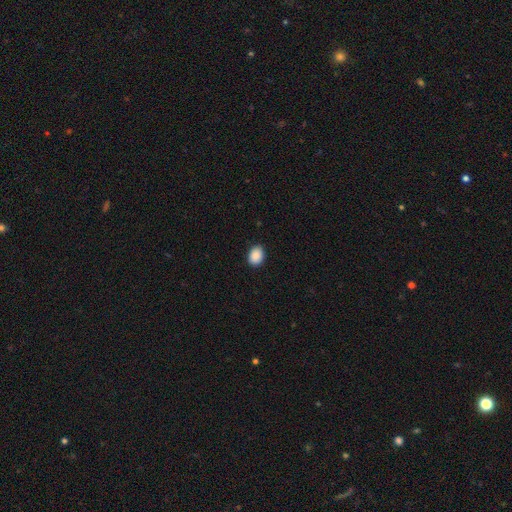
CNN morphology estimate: The model was most divided on "how rounded": in between: 66%, round: 33%, cigar-shaped: 1%. More confident: smooth or featured — smooth (90%); merging — none (88%).